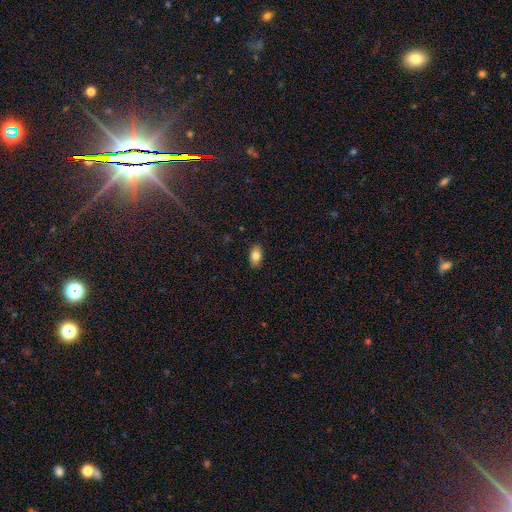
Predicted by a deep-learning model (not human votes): Smooth or featured? Predicted: smooth (p=0.83). How rounded? Predicted: in between (p=0.91). Merging? Predicted: none (p=0.88).